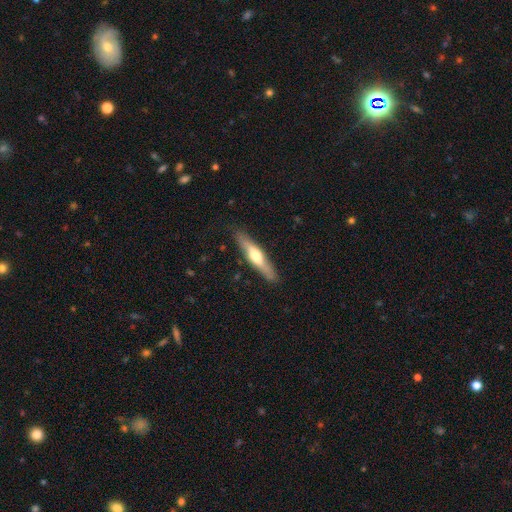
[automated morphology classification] Overall: featured or disk (51%; smooth 44%). Edge-on disk: yes (90%). Merging: none (87%).